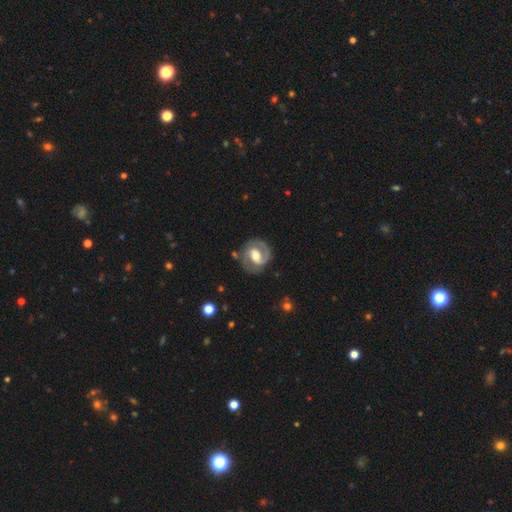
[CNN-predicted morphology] featured or disk 85%, smooth 10%, star or artifact 4%. Down the decision tree: edge-on disk — no (98%); bar — weak (47%); spiral arms — yes (94%); spiral arm count — 2 (87%); spiral winding — medium (45%, tied with tight); bulge size — moderate (66%); merging — none (80%).